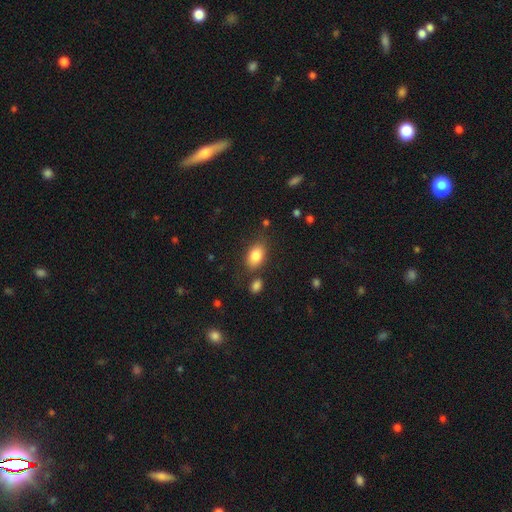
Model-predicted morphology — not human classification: type=smooth (84%); roundness=in between (88%); merging=none (77%).